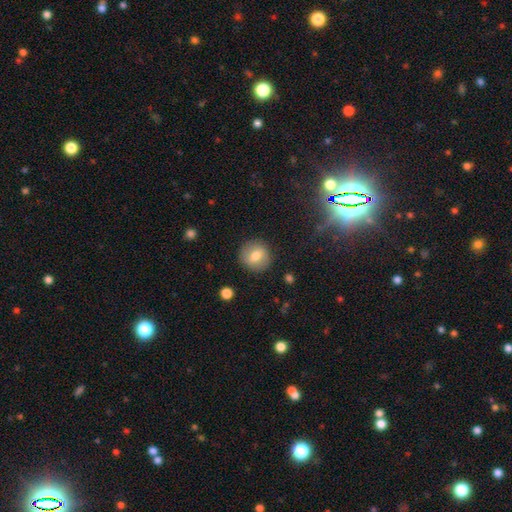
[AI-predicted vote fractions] smooth 70%, featured or disk 21%, star or artifact 9%. Down the decision tree: how rounded — round (89%); merging — none (88%).